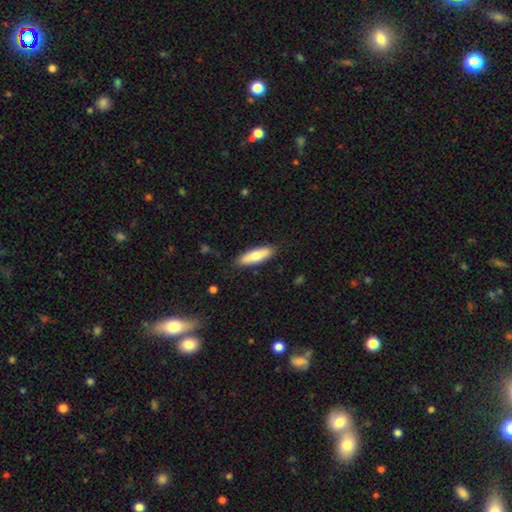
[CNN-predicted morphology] This appears to be a smooth galaxy with no disk features (74%) that is cigar-shaped (49%, tied with in between). Merging: none (86%).